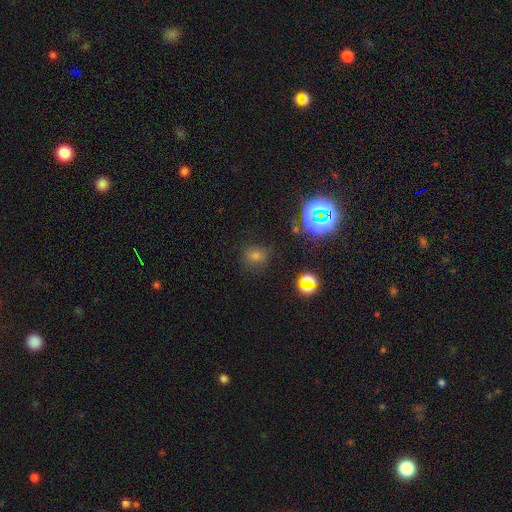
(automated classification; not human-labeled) Smooth or featured? smooth (57%)
How rounded? round (81%)
Merging? none (84%)